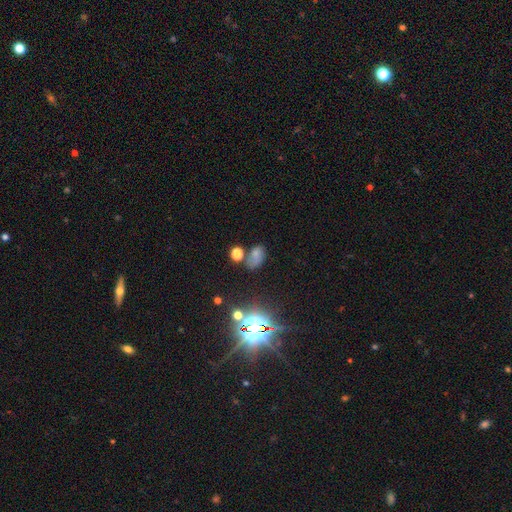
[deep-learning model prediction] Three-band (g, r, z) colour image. It shows a smooth galaxy with no disk features (60%) that is in between round and cigar-shaped (83%). Merging: none (46%).